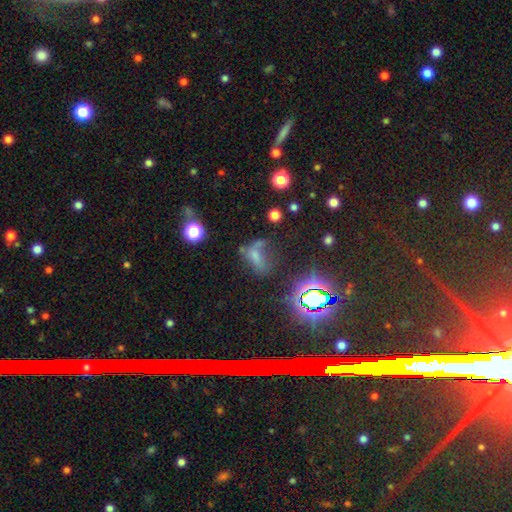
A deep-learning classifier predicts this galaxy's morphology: Q: Smooth or featured?
A: smooth (47%); runner-up: star or artifact (30%)
Q: Merging?
A: major disturbance (32%); runner-up: none (30%)